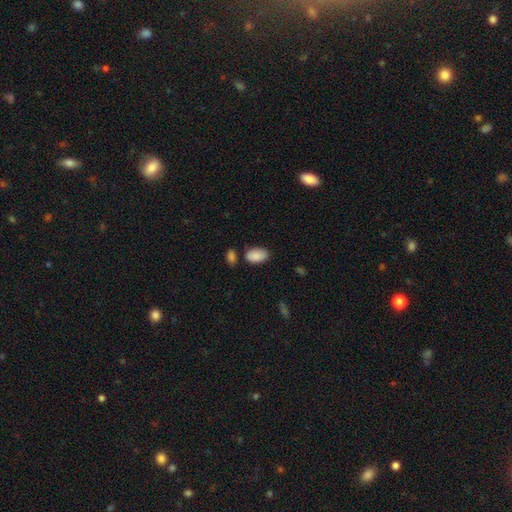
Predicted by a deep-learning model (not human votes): Smooth or featured? smooth (88%)
How rounded? in between (93%)
Merging? none (71%)